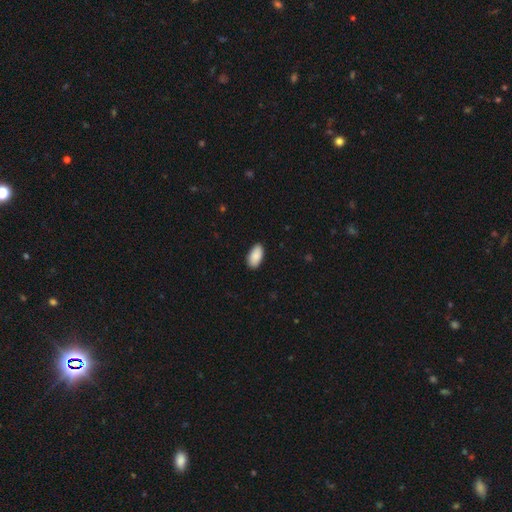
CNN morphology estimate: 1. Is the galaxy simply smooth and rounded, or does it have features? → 90% smooth, 6% star or artifact, 4% featured or disk.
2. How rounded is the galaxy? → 95% in between, 2% round, 2% cigar-shaped.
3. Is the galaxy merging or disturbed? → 88% none, 9% minor disturbance, 2% major disturbance, 1% merger.